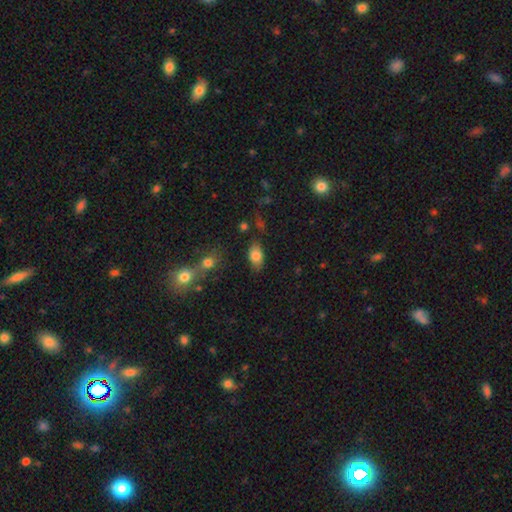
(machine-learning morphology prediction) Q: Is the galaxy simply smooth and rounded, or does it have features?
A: smooth — 82%.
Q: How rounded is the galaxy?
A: in between — 89%.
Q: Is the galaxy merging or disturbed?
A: none — 73%.